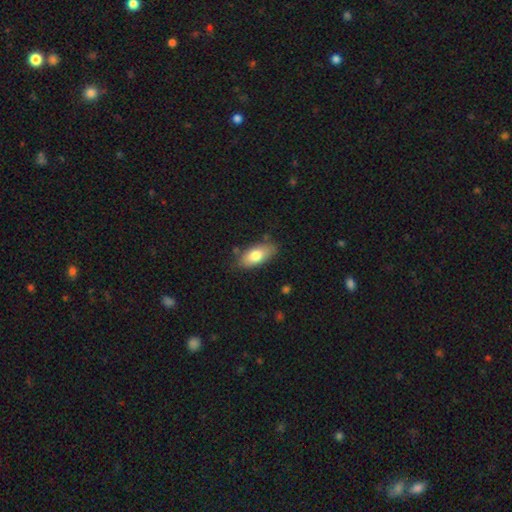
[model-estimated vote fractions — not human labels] Overall: smooth (77%). How rounded: in between (87%). Merging: none (78%).